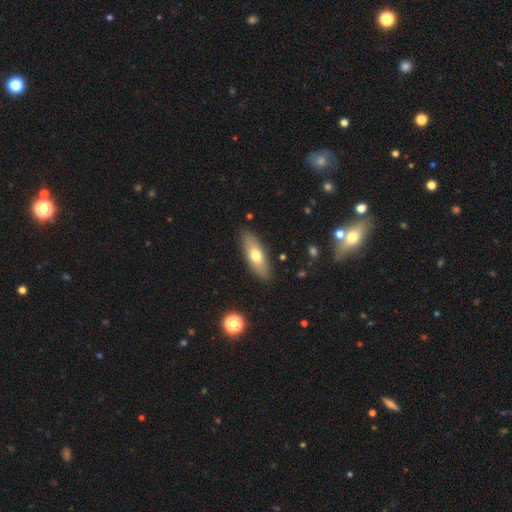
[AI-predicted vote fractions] Smooth or featured? Predicted: smooth (p=0.64). How rounded? Predicted: in between (p=0.64). Merging? Predicted: none (p=0.87).